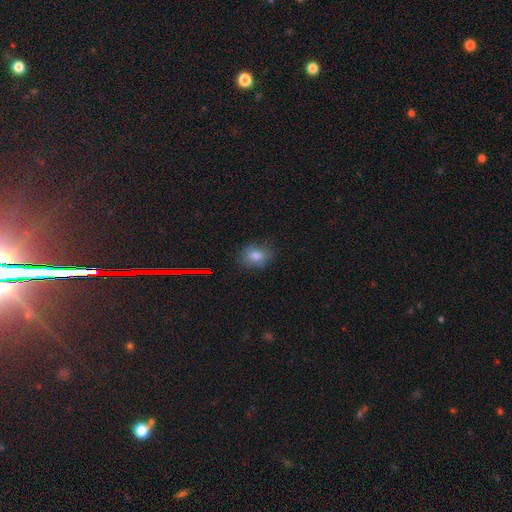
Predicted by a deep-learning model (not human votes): A smooth galaxy with no disk features (77%) that is in between round and cigar-shaped (55%).

Vote fractions:
- Smooth or featured? smooth: 77% / star or artifact: 12% / featured or disk: 11%
- How rounded? in between: 55% / round: 44% / cigar-shaped: 1%
- Merging? none: 72% / minor disturbance: 21% / major disturbance: 6% / merger: 1%